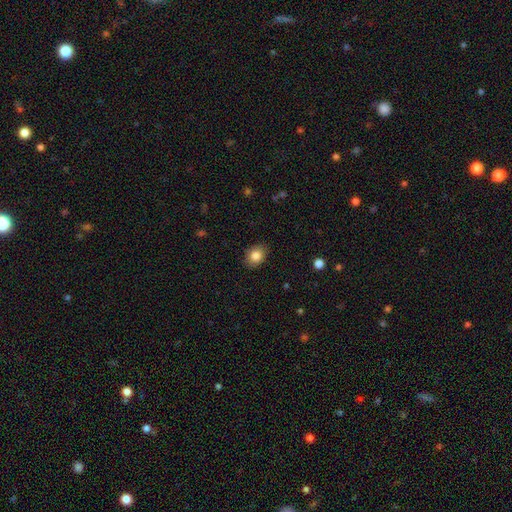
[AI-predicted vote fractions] smooth 84%, star or artifact 9%, featured or disk 7%. Down the decision tree: how rounded — in between (59%); merging — none (87%).